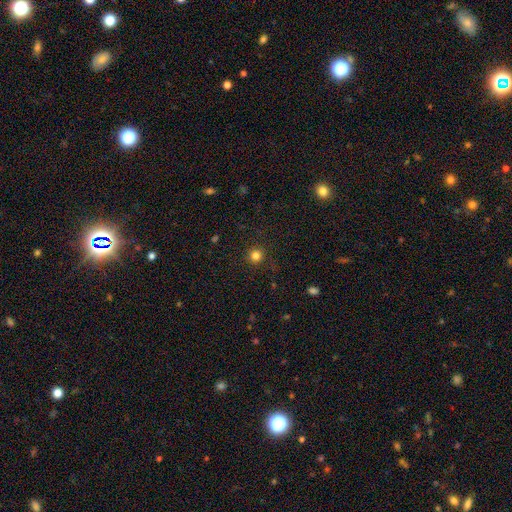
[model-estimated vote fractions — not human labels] A smooth galaxy with no disk features (82%) that is round (95%).

Vote fractions:
- Smooth or featured? smooth: 82% / star or artifact: 14% / featured or disk: 5%
- How rounded? round: 95% / in between: 4% / cigar-shaped: 1%
- Merging? none: 91% / minor disturbance: 6% / major disturbance: 2% / merger: 1%